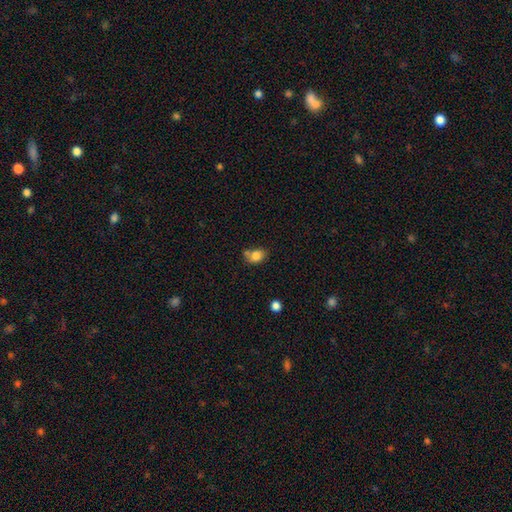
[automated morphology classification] smooth 82%, star or artifact 10%, featured or disk 9%. Down the decision tree: how rounded — in between (62%); merging — none (50%).